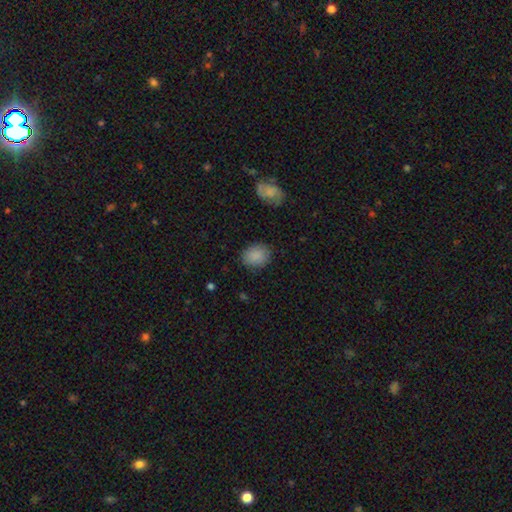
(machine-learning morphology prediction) type=smooth (87%); roundness=in between (51%); merging=none (83%).